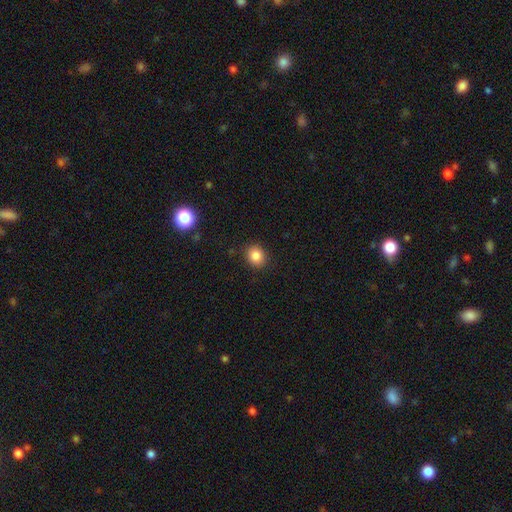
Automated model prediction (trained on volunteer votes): smooth-or-featured: smooth: 85% | star or artifact: 10% | featured or disk: 5%
  how-rounded: round: 72% | in between: 27% | cigar-shaped: 1%
  merging: none: 89% | minor disturbance: 8% | major disturbance: 2% | merger: 1%